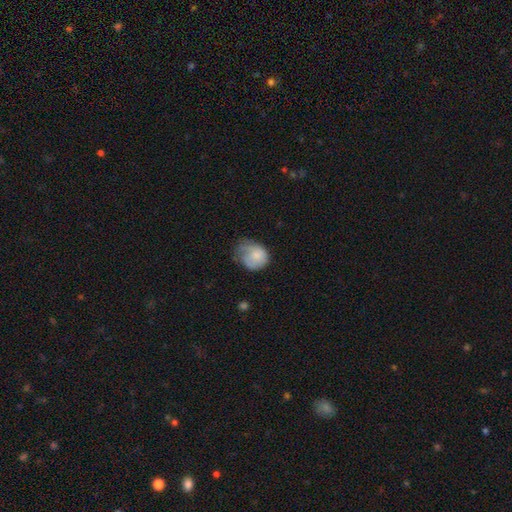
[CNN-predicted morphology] smooth_or_featured: smooth (p=0.70) [alt: featured or disk p=0.23]
how_rounded: round (p=0.61) [alt: in between p=0.38]
merging: minor disturbance (p=0.39) [alt: none p=0.30]